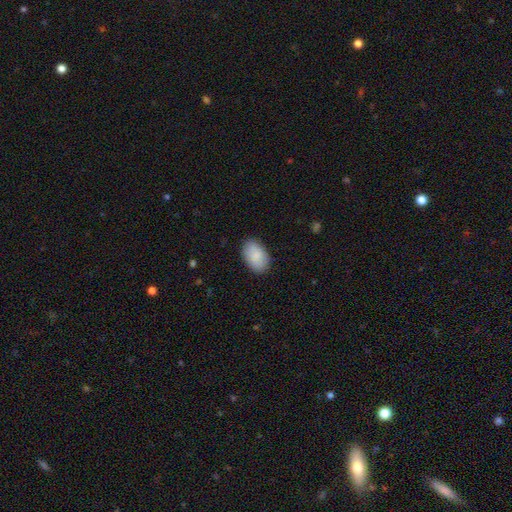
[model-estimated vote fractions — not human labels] A smooth galaxy with no disk features (85%) that is in between round and cigar-shaped (93%). Merging: none (84%).